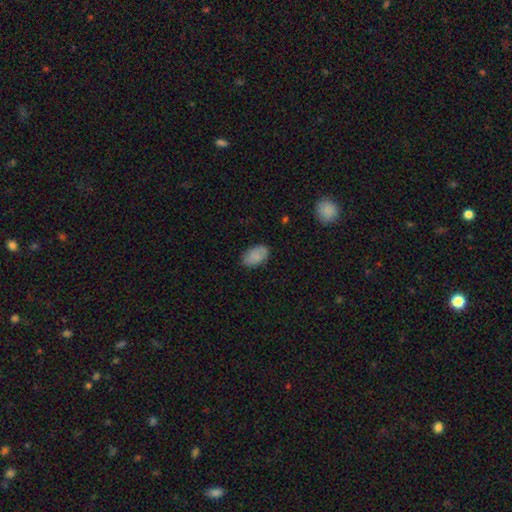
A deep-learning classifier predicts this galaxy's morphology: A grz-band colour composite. It shows a smooth galaxy with no disk features (84%) that is in between round and cigar-shaped (91%). Merging: none (82%).